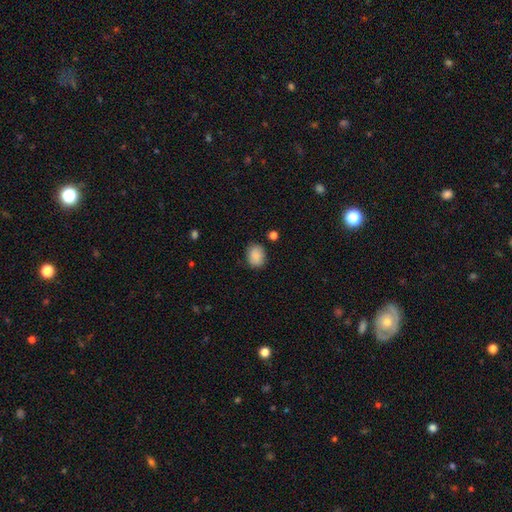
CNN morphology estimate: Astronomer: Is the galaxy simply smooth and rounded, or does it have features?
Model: smooth — 87%.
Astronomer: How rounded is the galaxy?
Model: in between — 53% (runner-up: round, 46%).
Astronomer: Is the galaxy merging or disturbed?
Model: none — 80%.